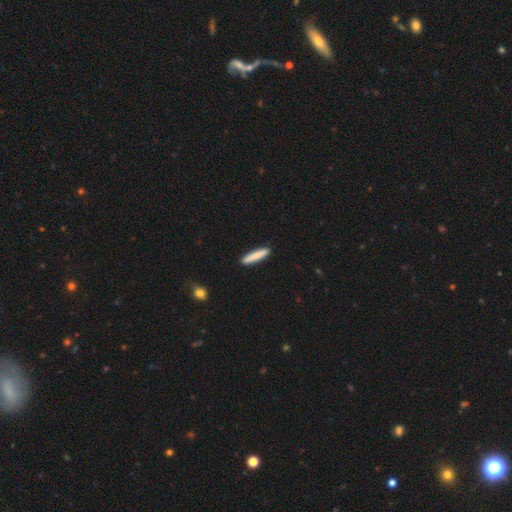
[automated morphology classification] This is clearly a smooth galaxy (84%). How rounded: clearly cigar-shaped (92%). Merging: clearly none (91%).